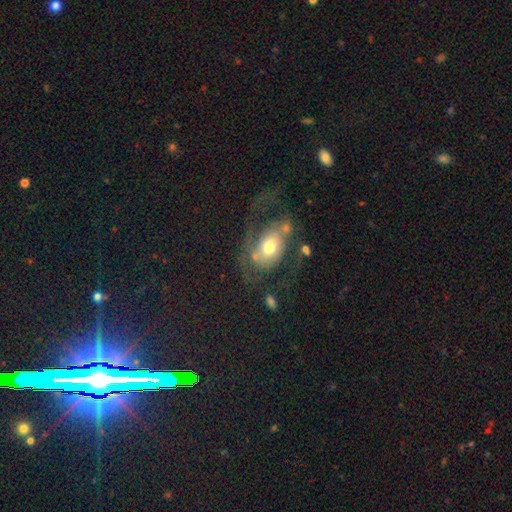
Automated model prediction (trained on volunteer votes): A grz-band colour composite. It shows a featured or disk galaxy (54%) with no bar (73%), spiral arms (65%) and a moderate central bulge (66%). Merging: major disturbance (40%).